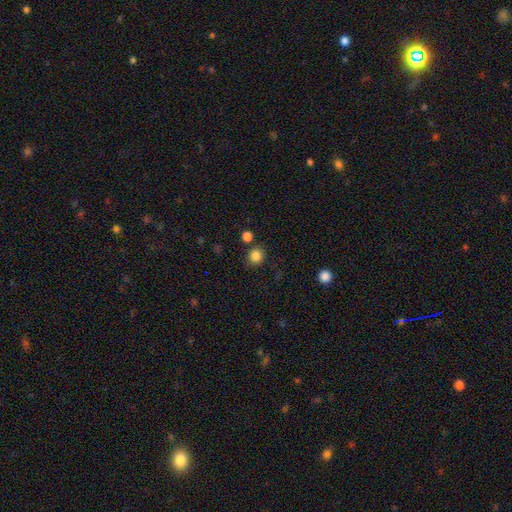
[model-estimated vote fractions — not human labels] Smooth or featured: smooth — 84% (star or artifact — 12%)
How rounded: round — 79% (in between — 20%)
Merging: none — 78% (minor disturbance — 10%)